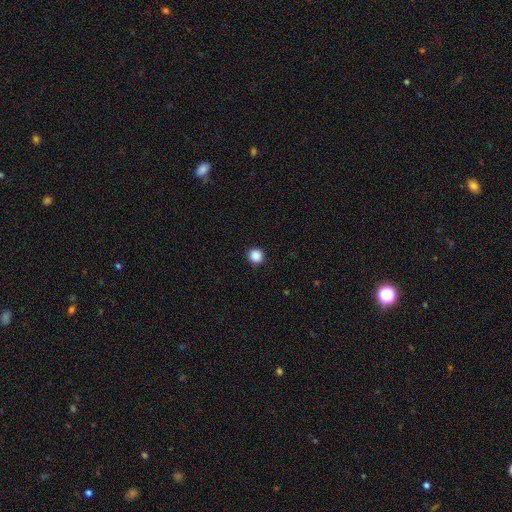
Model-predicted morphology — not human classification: Overall: smooth (88%). How rounded: round (94%). Merging: none (91%).